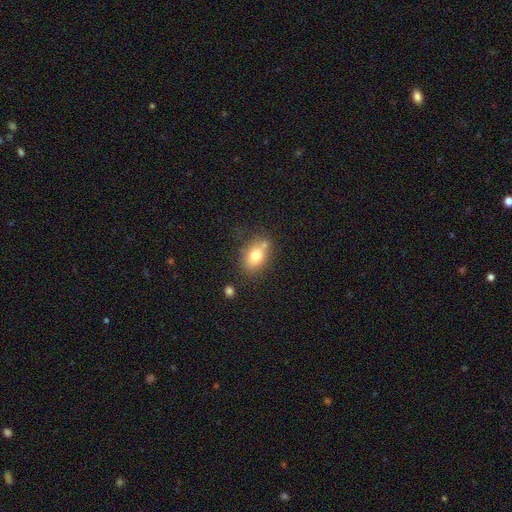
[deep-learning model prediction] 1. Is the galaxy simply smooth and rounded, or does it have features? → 74% smooth, 16% featured or disk, 10% star or artifact.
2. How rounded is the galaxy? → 74% in between, 25% round, 1% cigar-shaped.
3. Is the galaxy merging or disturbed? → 65% none, 17% minor disturbance, 13% merger, 5% major disturbance.